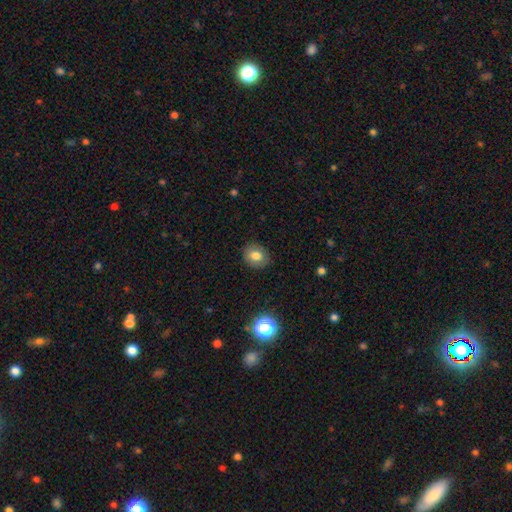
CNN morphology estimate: Smooth or featured?
  - smooth: 78% *
  - featured or disk: 11%
  - star or artifact: 11%
How rounded?
  - round: 65% *
  - in between: 34%
  - cigar-shaped: 1%
Merging?
  - none: 86% *
  - minor disturbance: 10%
  - major disturbance: 3%
  - merger: 1%